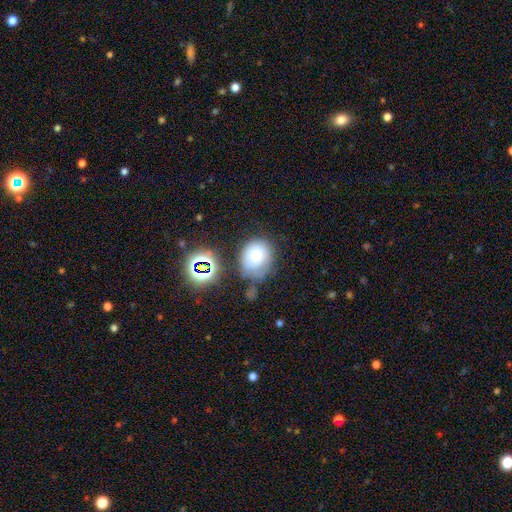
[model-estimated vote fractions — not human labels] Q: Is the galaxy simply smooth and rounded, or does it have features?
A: smooth — 68%.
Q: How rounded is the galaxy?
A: round — 64%.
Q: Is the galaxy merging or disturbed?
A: none — 52%.